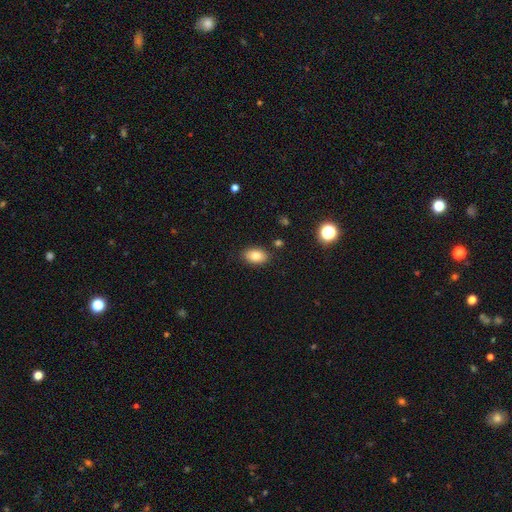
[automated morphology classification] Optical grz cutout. It shows a smooth galaxy with no disk features (83%) that is in between round and cigar-shaped (90%). Merging: none (87%).